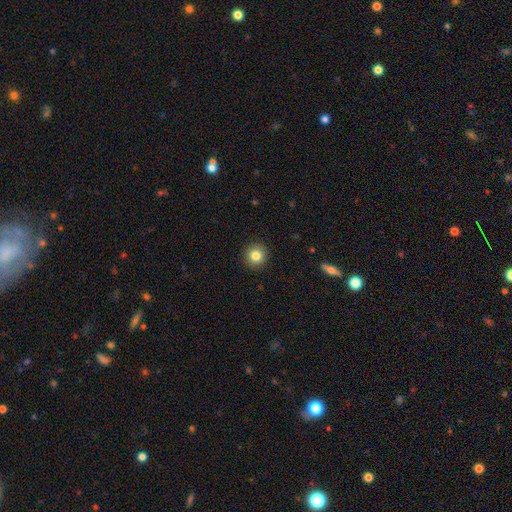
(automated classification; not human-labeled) smooth-or-featured: smooth: 83% | star or artifact: 11% | featured or disk: 7%
  how-rounded: round: 95% | in between: 4% | cigar-shaped: 1%
  merging: none: 93% | minor disturbance: 5% | major disturbance: 2% | merger: 1%